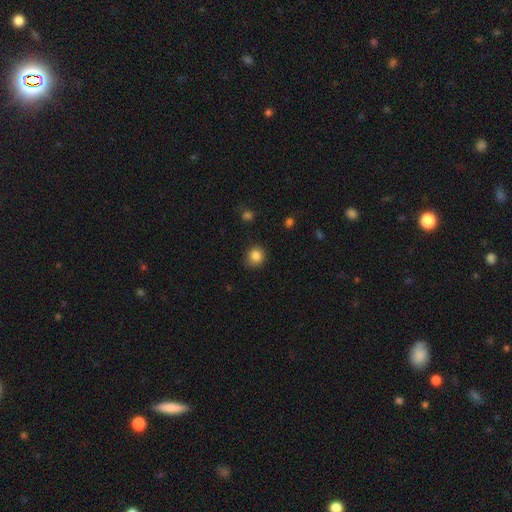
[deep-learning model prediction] A smooth galaxy with no disk features (85%) that is round (86%). Merging: none (84%).